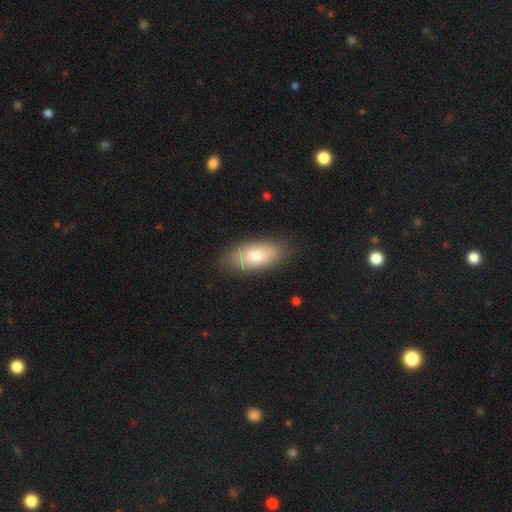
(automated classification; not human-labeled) Morphology: type=smooth (75%); roundness=in between (90%); merging=none (81%).